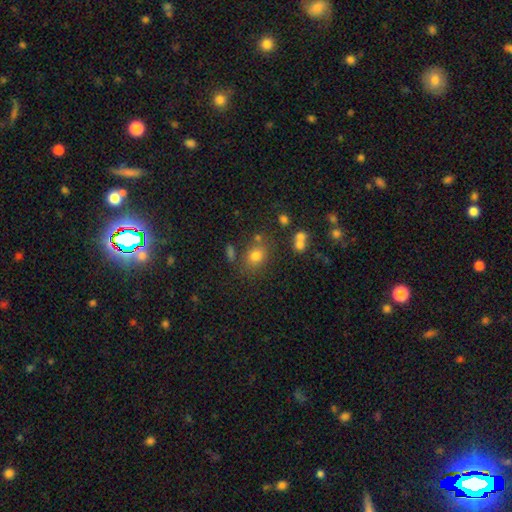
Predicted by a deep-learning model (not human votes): This appears to be a smooth galaxy with no disk features (75%) that is round (53%). Merging: none (71%).